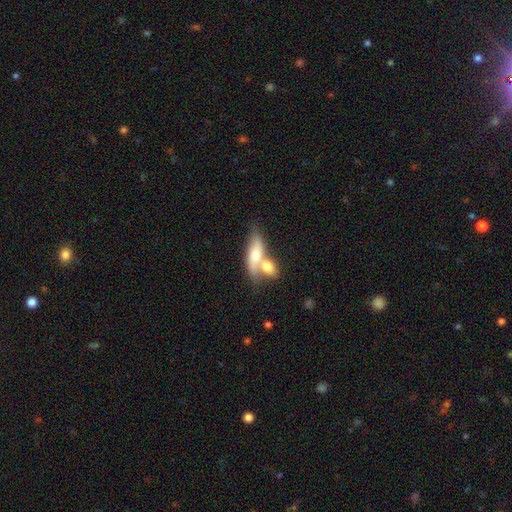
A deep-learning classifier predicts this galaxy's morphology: Q: Smooth or featured?
A: smooth (62%); runner-up: featured or disk (32%)
Q: How rounded?
A: in between (68%); runner-up: cigar-shaped (25%)
Q: Merging?
A: merger (65%); runner-up: none (22%)